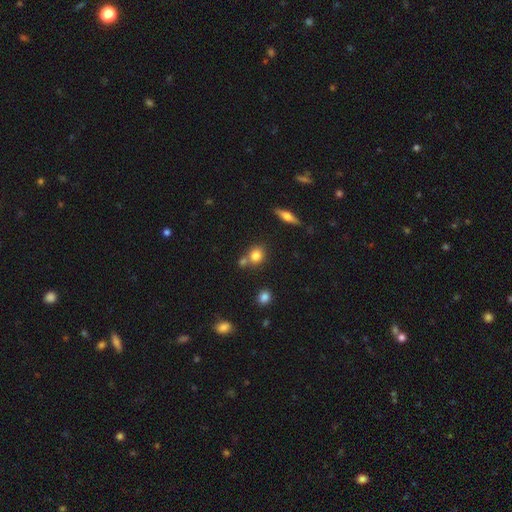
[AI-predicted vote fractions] A smooth galaxy with no disk features (79%) that is round (77%). Merging: none (58%).